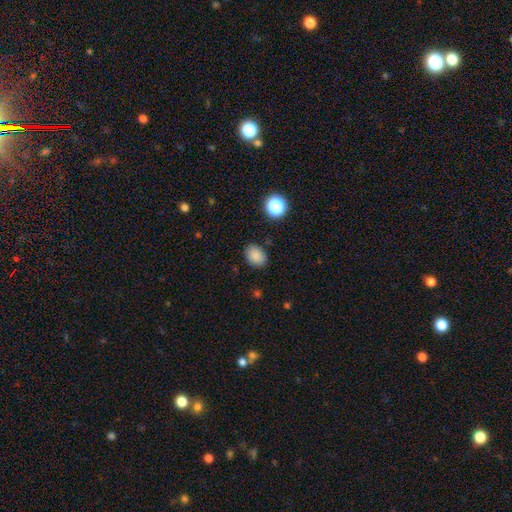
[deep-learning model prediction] This appears to be a smooth galaxy with no disk features (86%) that is in between round and cigar-shaped (70%). Merging: none (85%).